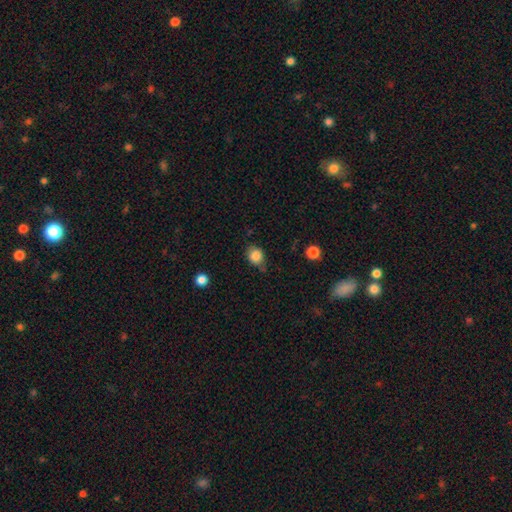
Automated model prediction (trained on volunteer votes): Morphology: type=smooth (84%); roundness=round (54%); merging=none (69%).